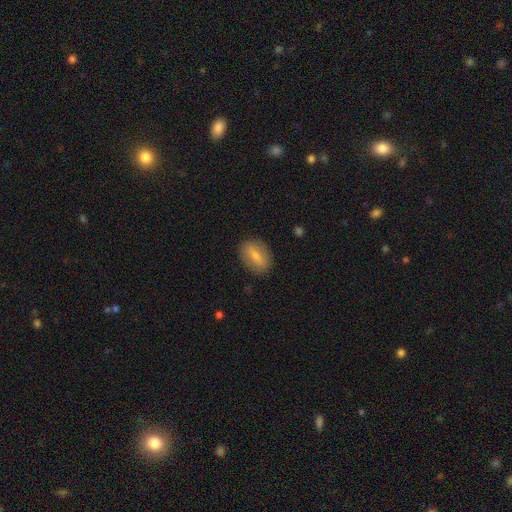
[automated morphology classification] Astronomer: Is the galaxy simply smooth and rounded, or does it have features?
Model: smooth — 62%.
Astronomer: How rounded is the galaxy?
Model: in between — 80%.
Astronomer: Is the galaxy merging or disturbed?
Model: none — 84%.